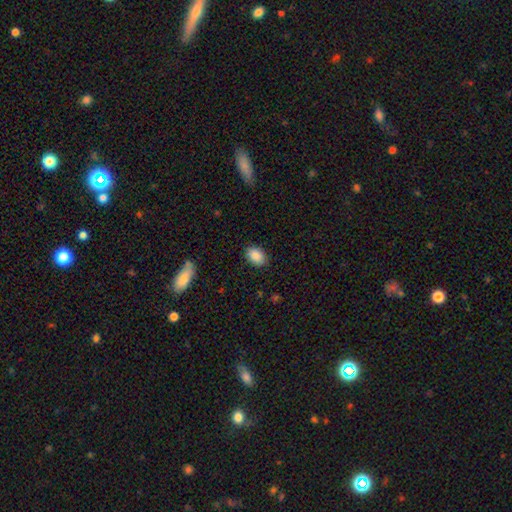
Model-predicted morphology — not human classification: This appears to be a smooth galaxy with no disk features (88%) that is in between round and cigar-shaped (85%). Merging: none (87%).